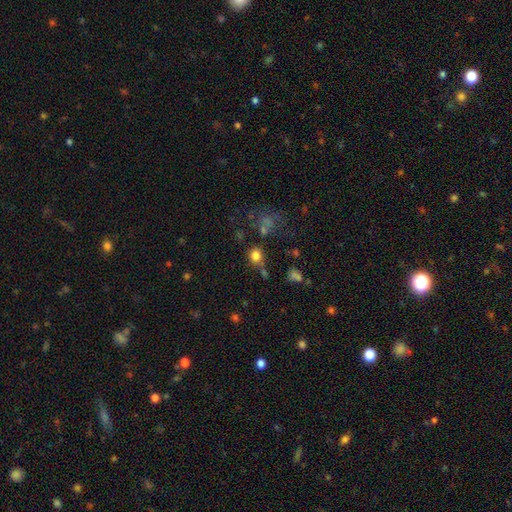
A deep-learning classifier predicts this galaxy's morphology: type=smooth (78%); roundness=round (78%); merging=none (67%).